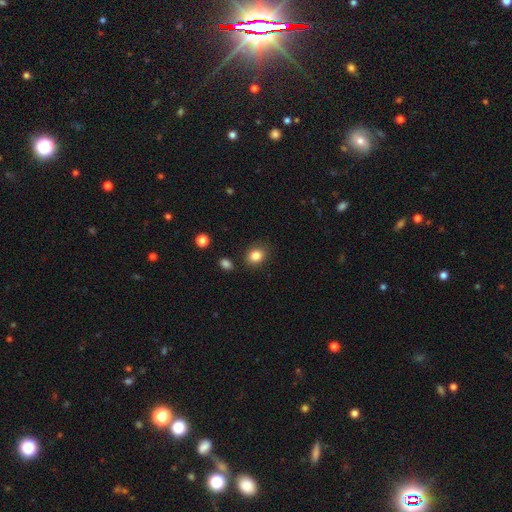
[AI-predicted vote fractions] A smooth galaxy with no disk features (85%) that is round (53%). Merging: none (85%).